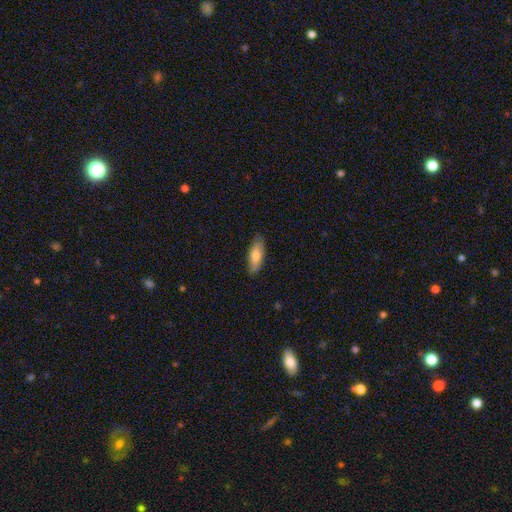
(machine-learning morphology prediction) A smooth galaxy with no disk features (74%) that is in between round and cigar-shaped (64%).

Vote fractions:
- Smooth or featured? smooth: 74% / featured or disk: 20% / star or artifact: 6%
- How rounded? in between: 64% / cigar-shaped: 34% / round: 2%
- Merging? none: 83% / minor disturbance: 14% / major disturbance: 2% / merger: 1%